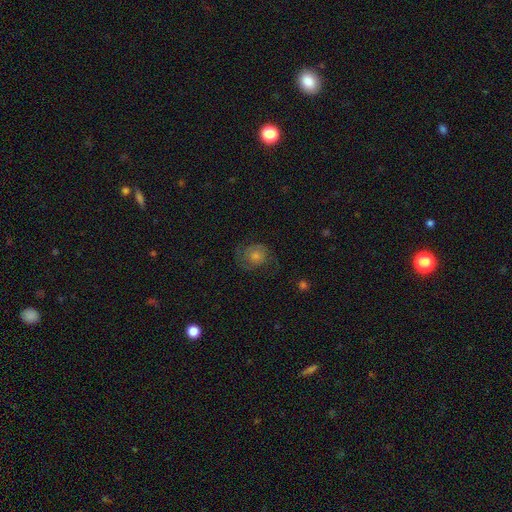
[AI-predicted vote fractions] A featured or disk galaxy (52%) with no bar (78%), spiral arms (86%) and a moderate central bulge (44%). Merging: none (70%).